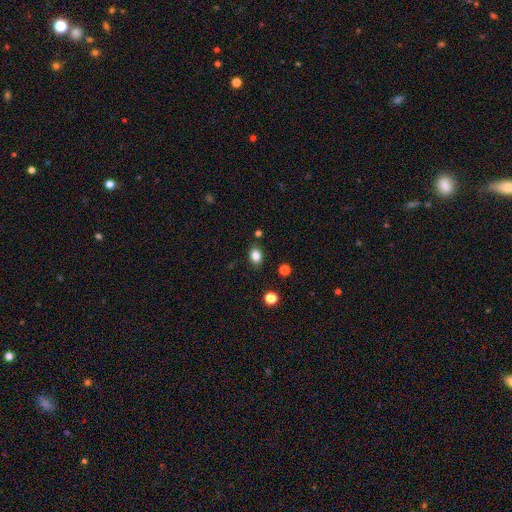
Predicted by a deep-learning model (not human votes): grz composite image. It shows a smooth galaxy with no disk features (83%) that is in between round and cigar-shaped (63%). Merging: none (85%).